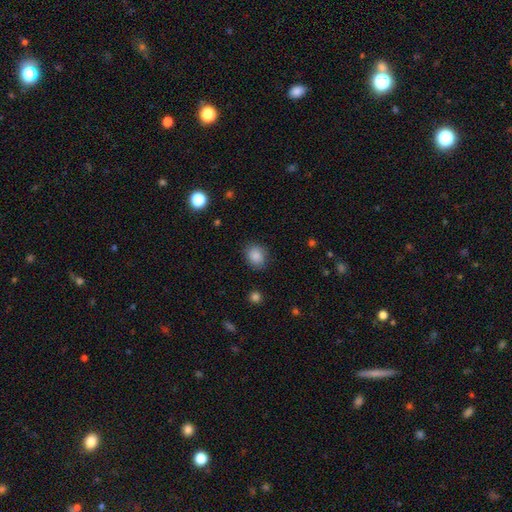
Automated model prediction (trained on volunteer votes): Overall: smooth (87%). How rounded: round (55%; in between 44%). Merging: none (81%).